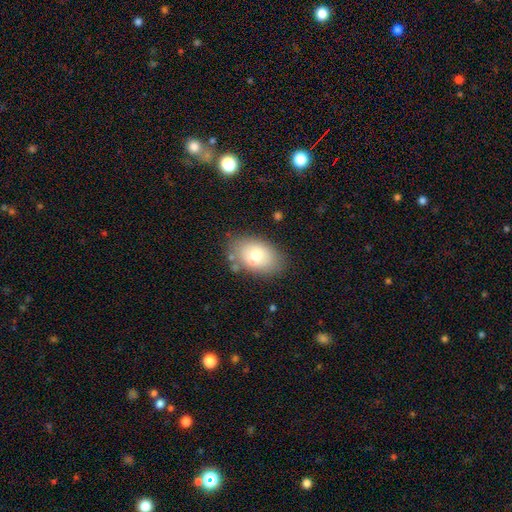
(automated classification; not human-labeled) Smooth or featured? Predicted: smooth (p=0.73). How rounded? Predicted: in between (p=0.88). Merging? Predicted: none (p=0.75).